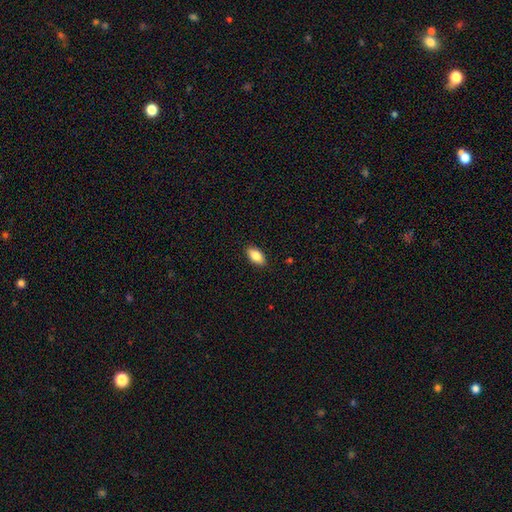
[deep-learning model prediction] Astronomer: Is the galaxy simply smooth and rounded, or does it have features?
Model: smooth — 84%.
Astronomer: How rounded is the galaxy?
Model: in between — 91%.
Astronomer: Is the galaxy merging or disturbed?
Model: none — 89%.